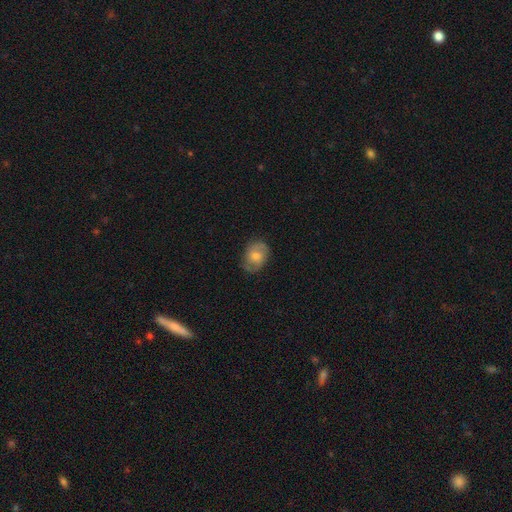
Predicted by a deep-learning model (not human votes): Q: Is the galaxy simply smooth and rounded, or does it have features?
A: featured or disk — 47%.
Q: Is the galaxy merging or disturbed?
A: none — 74%.